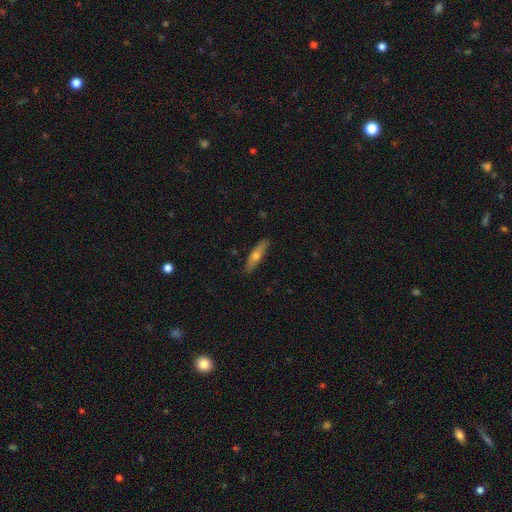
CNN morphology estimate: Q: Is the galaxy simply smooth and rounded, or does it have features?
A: smooth — 57%.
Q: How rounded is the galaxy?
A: cigar-shaped — 69%.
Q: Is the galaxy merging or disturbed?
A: none — 88%.